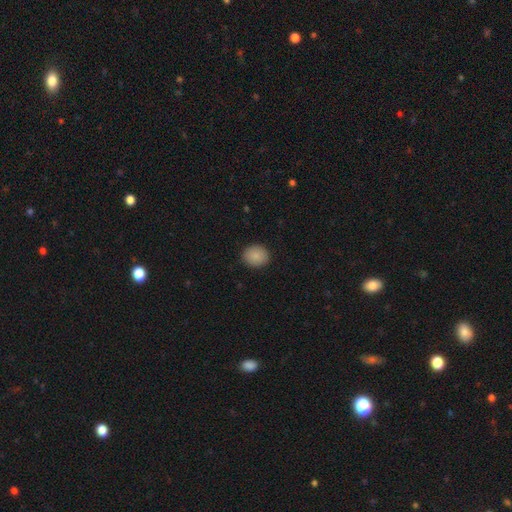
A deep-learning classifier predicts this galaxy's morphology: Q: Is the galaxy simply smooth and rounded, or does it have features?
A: smooth — 87%.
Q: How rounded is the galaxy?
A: round — 69%.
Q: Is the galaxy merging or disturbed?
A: none — 90%.